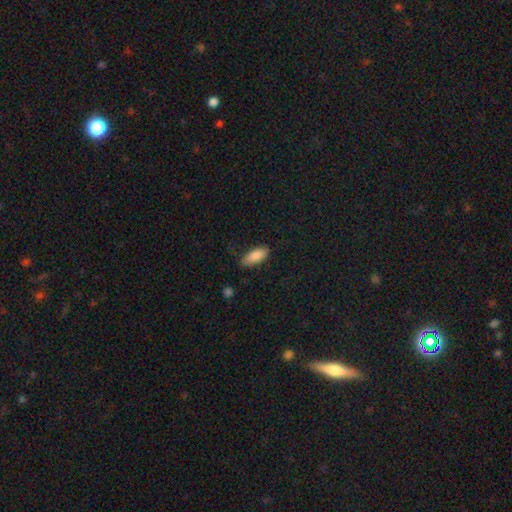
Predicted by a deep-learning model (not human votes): Smooth or featured? smooth (87%)
How rounded? in between (79%)
Merging? none (77%)